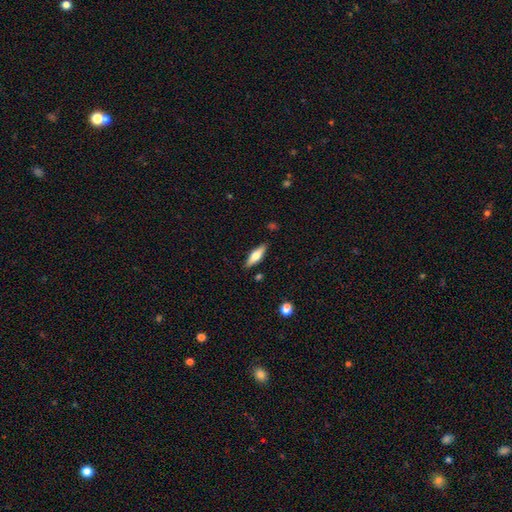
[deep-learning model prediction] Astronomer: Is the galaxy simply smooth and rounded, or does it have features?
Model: smooth — 53% (runner-up: featured or disk, 41%).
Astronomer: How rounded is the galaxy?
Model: cigar-shaped — 54% (runner-up: in between, 43%).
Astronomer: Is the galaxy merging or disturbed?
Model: none — 86%.